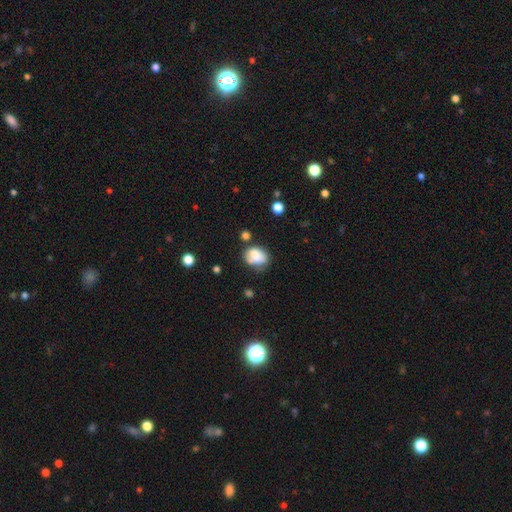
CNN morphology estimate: Overall: smooth (74%). How rounded: in between (61%; round 38%). Merging: none (48%; minor disturbance 27%).